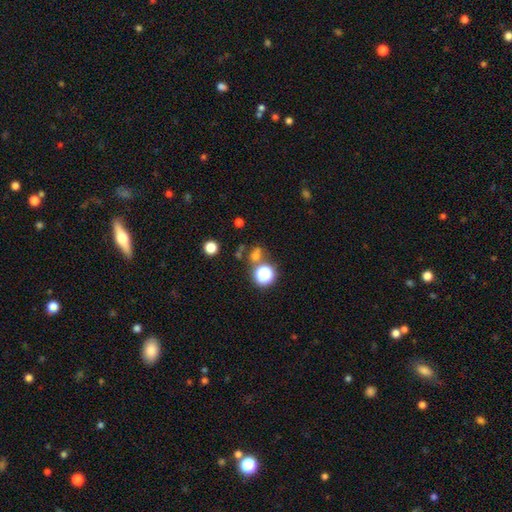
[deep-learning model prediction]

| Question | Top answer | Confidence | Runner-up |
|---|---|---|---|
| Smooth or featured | smooth | 54% | star or artifact (35%) |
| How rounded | round | 73% | in between (25%) |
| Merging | none | 63% | merger (19%) |